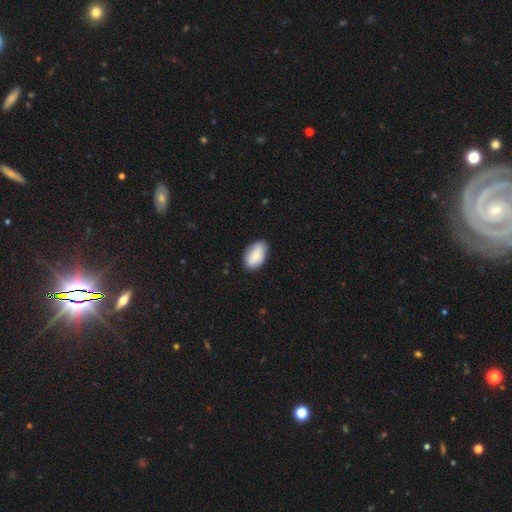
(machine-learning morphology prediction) A smooth galaxy with no disk features (81%) that is in between round and cigar-shaped (92%). Merging: none (79%).